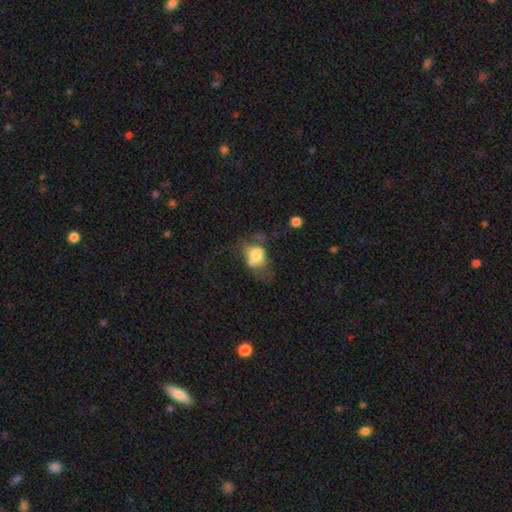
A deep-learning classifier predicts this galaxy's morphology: Q: Smooth or featured?
A: smooth (61%); runner-up: featured or disk (29%)
Q: How rounded?
A: in between (64%); runner-up: round (34%)
Q: Merging?
A: major disturbance (28%); runner-up: none (26%)